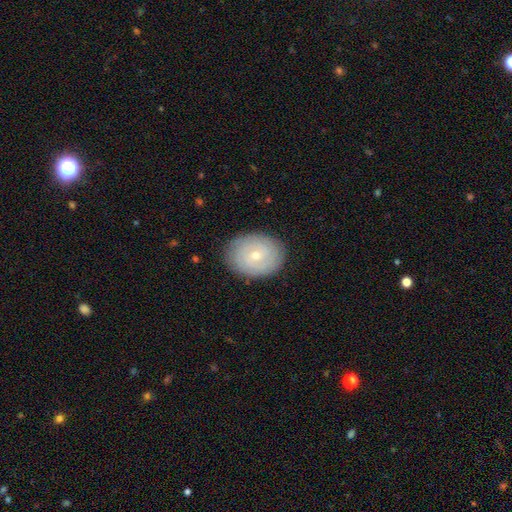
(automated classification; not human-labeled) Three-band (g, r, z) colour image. It shows a featured or disk galaxy (59%) with no bar (65%), spiral arms (80%) and a small central bulge (62%). Merging: none (86%).